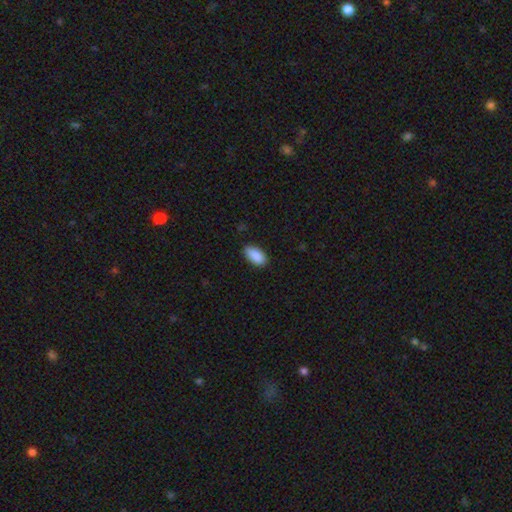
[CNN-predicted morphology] This is clearly a smooth galaxy (90%). How rounded: clearly in between (93%). Merging: clearly none (85%).